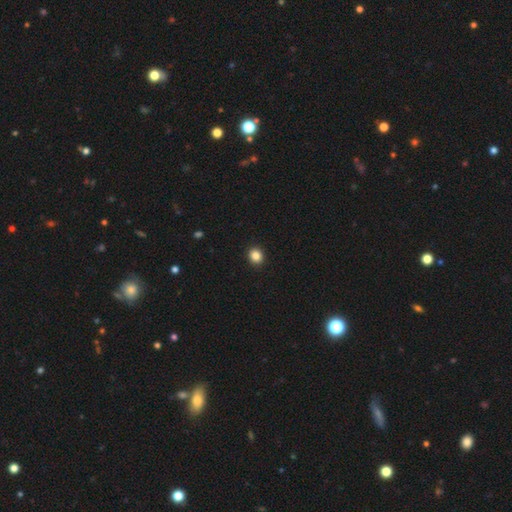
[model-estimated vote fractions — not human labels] smooth 86%, star or artifact 10%, featured or disk 4%. Down the decision tree: how rounded — round (78%); merging — none (93%).